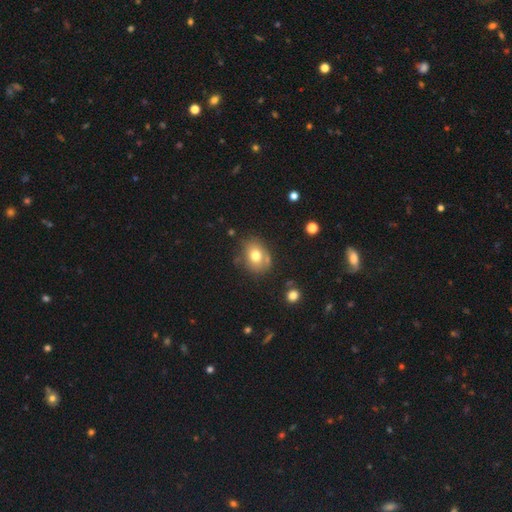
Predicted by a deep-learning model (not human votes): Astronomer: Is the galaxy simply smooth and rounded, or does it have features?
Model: smooth — 72%.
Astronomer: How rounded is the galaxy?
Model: in between — 56% (runner-up: round, 43%).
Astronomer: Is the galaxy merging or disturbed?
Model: none — 67%.